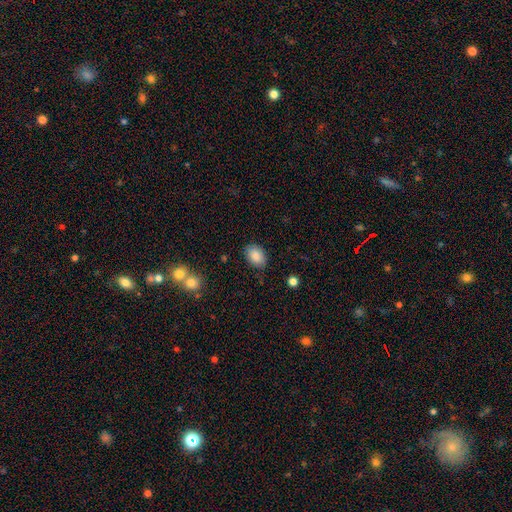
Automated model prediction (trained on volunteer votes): Q: Smooth or featured?
A: smooth (87%); runner-up: star or artifact (7%)
Q: How rounded?
A: in between (80%); runner-up: round (19%)
Q: Merging?
A: none (82%); runner-up: minor disturbance (13%)